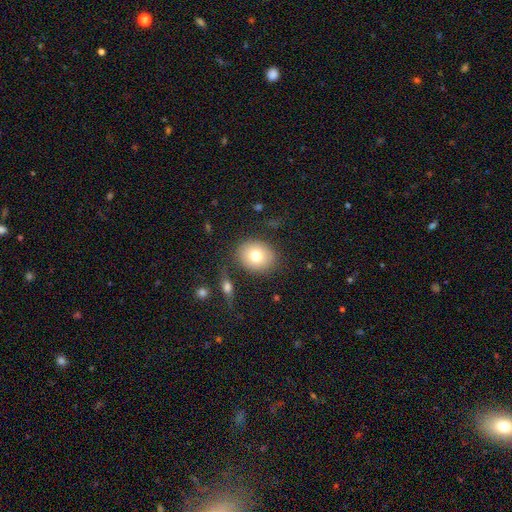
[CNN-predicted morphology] Overall: smooth (74%). How rounded: round (62%; in between 37%). Merging: none (80%).